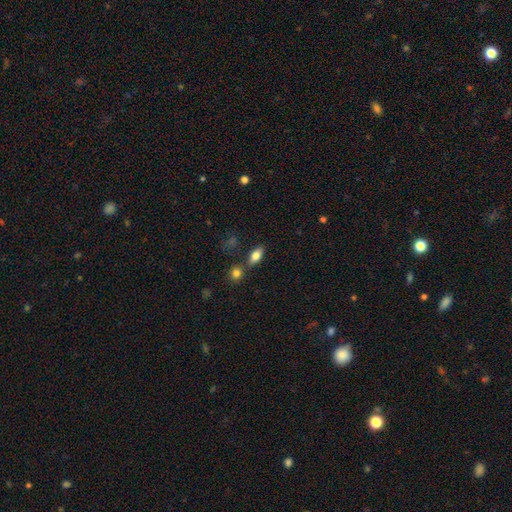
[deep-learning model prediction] Morphology: type=smooth (74%); roundness=in between (83%); merging=none (74%).